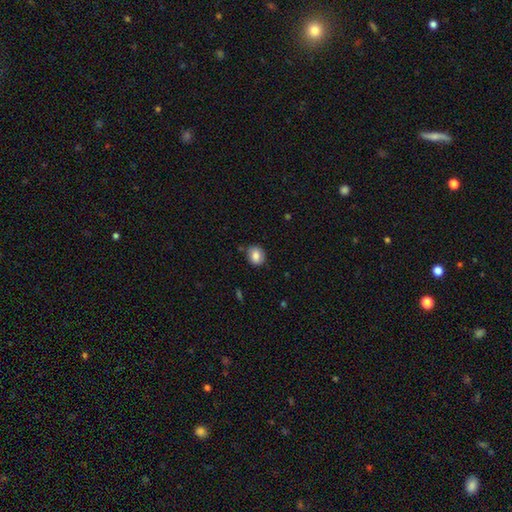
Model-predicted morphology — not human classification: Smooth or featured: smooth — 81% (featured or disk — 10%)
How rounded: round — 62% (in between — 37%)
Merging: none — 80% (minor disturbance — 14%)